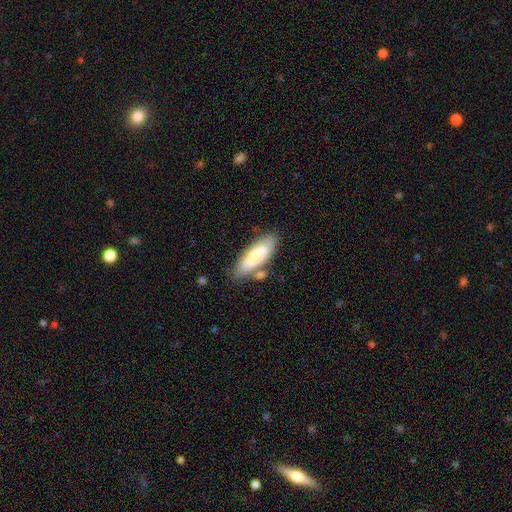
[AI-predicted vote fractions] Morphology: type=smooth (75%); roundness=in between (51%); merging=none (70%).